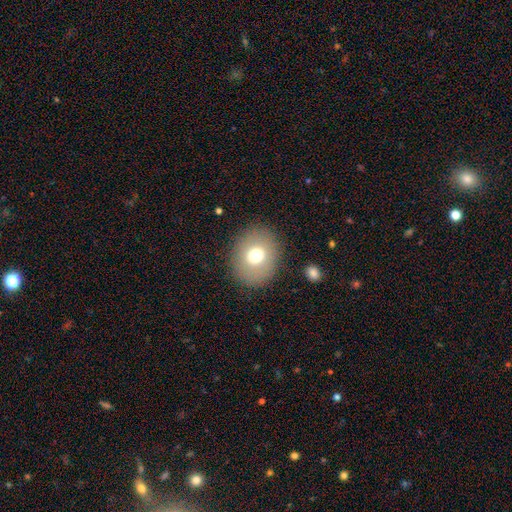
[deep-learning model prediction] Q: Smooth or featured?
A: smooth (71%); runner-up: featured or disk (18%)
Q: How rounded?
A: round (55%); runner-up: in between (44%)
Q: Merging?
A: none (86%); runner-up: minor disturbance (8%)